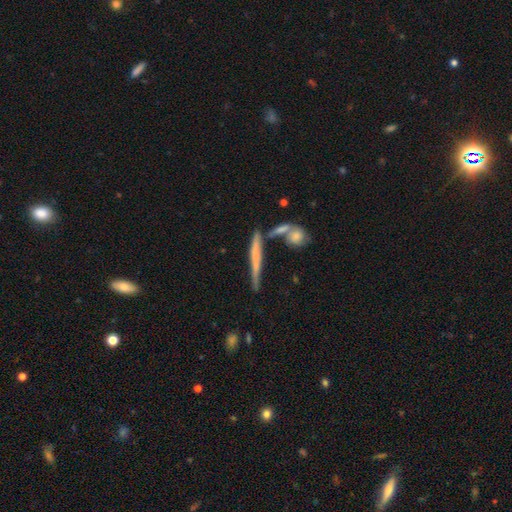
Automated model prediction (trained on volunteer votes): Smooth or featured? featured or disk (53%)
Edge-on disk? yes (92%)
Merging? none (63%)